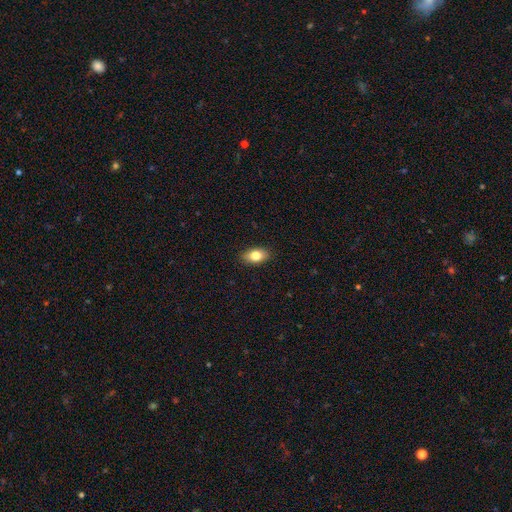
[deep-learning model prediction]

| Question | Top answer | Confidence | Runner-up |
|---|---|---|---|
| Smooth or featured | smooth | 80% | featured or disk (12%) |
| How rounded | in between | 89% | round (8%) |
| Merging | none | 89% | minor disturbance (8%) |